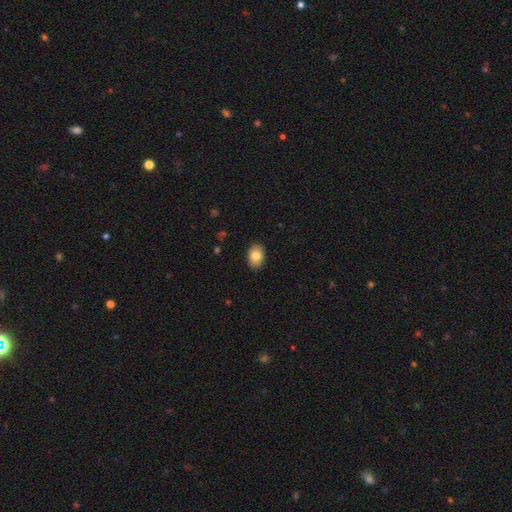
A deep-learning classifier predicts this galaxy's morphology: A smooth galaxy with no disk features (81%) that is in between round and cigar-shaped (84%).

Vote fractions:
- Smooth or featured? smooth: 81% / featured or disk: 11% / star or artifact: 7%
- How rounded? in between: 84% / round: 15% / cigar-shaped: 1%
- Merging? none: 89% / minor disturbance: 8% / major disturbance: 2% / merger: 1%